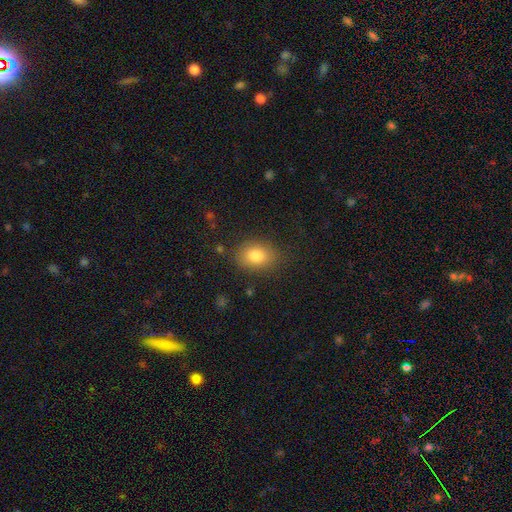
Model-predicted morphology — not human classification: Smooth or featured?
  - smooth: 80% *
  - star or artifact: 10%
  - featured or disk: 10%
How rounded?
  - in between: 64% *
  - round: 34%
  - cigar-shaped: 1%
Merging?
  - none: 82% *
  - minor disturbance: 13%
  - major disturbance: 4%
  - merger: 2%